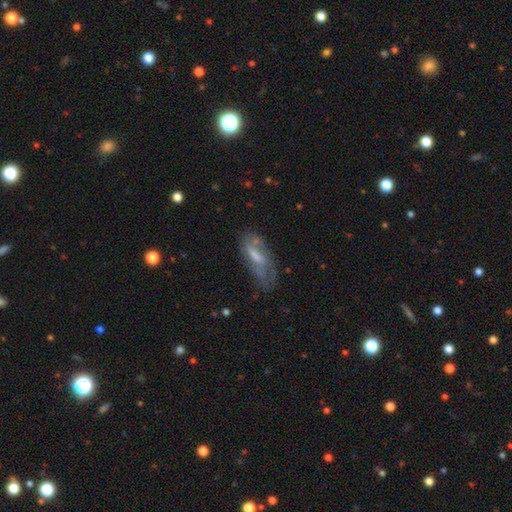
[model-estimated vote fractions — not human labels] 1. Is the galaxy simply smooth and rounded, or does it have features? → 54% featured or disk, 36% smooth, 10% star or artifact.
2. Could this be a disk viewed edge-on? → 81% no, 19% yes.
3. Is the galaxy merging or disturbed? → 56% none, 26% minor disturbance, 15% major disturbance, 3% merger.